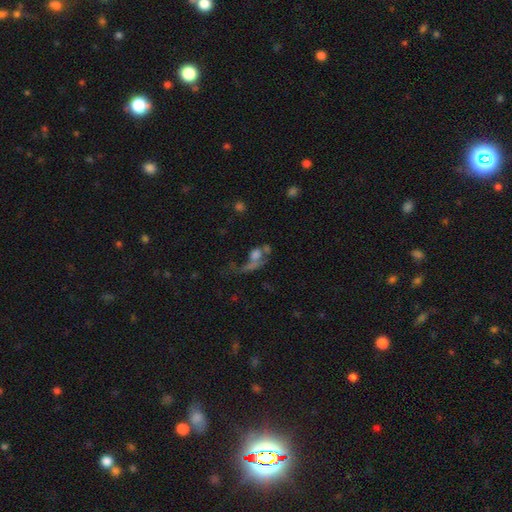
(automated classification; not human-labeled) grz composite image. It shows a smooth galaxy with no disk features (42%). Merging: major disturbance (43%).